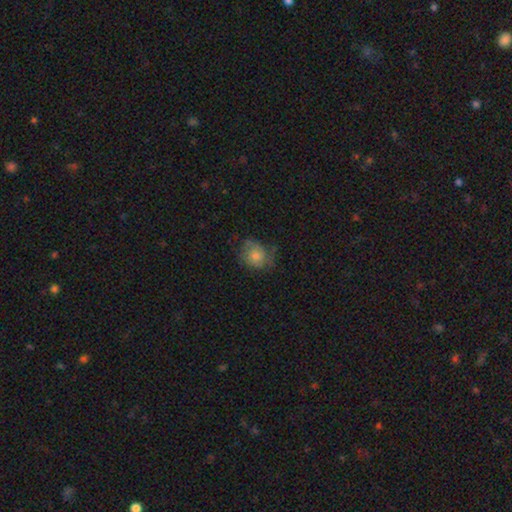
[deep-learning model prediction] Smooth or featured: smooth — 65% (featured or disk — 25%)
How rounded: round — 67% (in between — 32%)
Merging: none — 58% (minor disturbance — 28%)